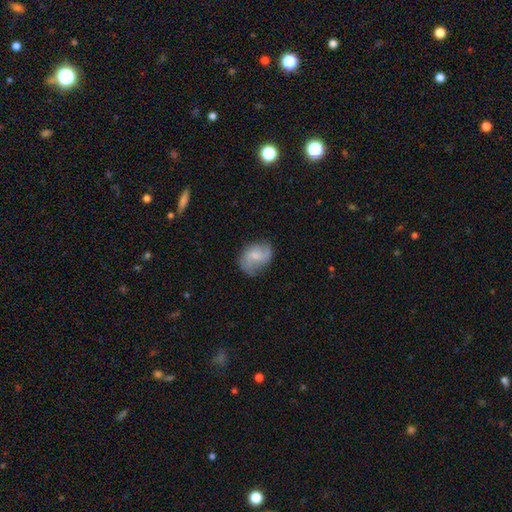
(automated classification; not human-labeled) Smooth or featured? featured or disk (47%)
Merging? none (60%)